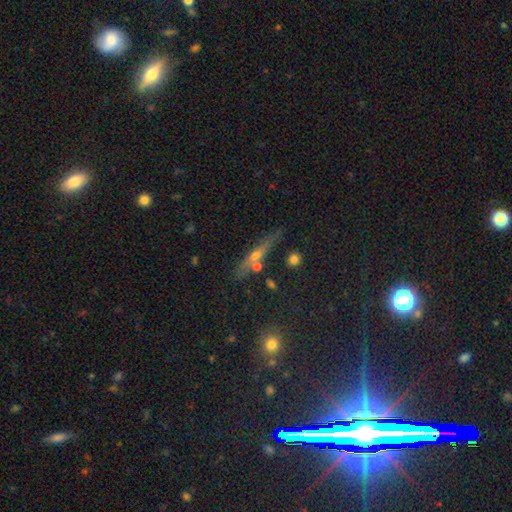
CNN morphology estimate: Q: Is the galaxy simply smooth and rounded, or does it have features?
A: featured or disk — 53%.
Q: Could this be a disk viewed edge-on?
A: yes — 86%.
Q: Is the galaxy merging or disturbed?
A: none — 69%.